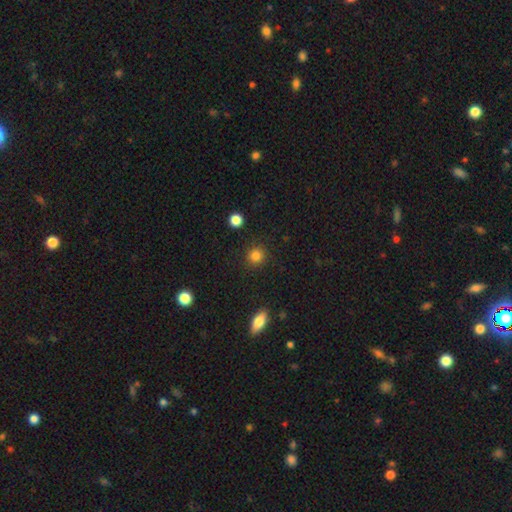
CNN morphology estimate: A smooth galaxy with no disk features (84%) that is round (92%). Merging: none (91%).